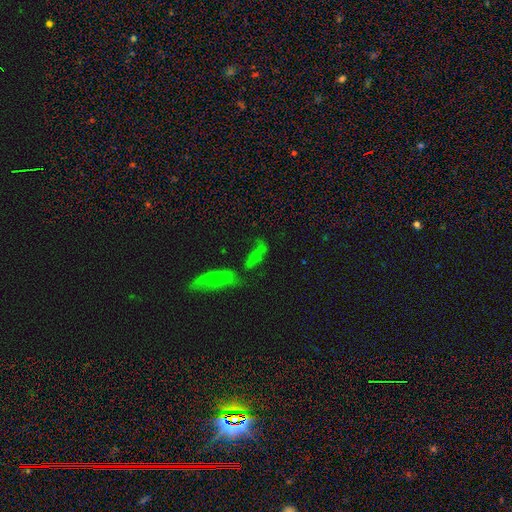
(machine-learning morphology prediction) Overall: smooth (59%; featured or disk 21%). How rounded: cigar-shaped (52%; in between 43%). Merging: none (41%; merger 28%).